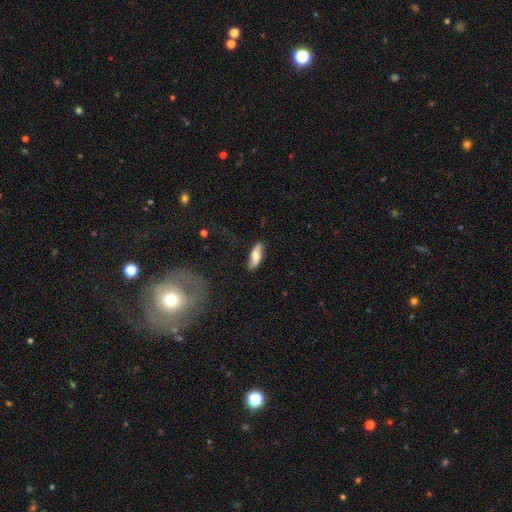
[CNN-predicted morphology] Smooth or featured?
  - smooth: 57% *
  - featured or disk: 37%
  - star or artifact: 7%
How rounded?
  - in between: 63% *
  - cigar-shaped: 34%
  - round: 3%
Merging?
  - none: 76% *
  - minor disturbance: 17%
  - major disturbance: 5%
  - merger: 2%